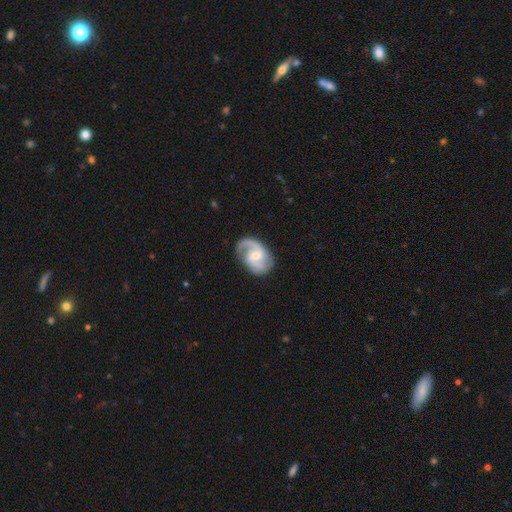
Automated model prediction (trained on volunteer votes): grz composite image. It shows a featured or disk galaxy (88%) with a weak bar (56%), 2 (89%) medium (56%) spiral arms (97%) and a small central bulge (44%). Merging: none (78%).